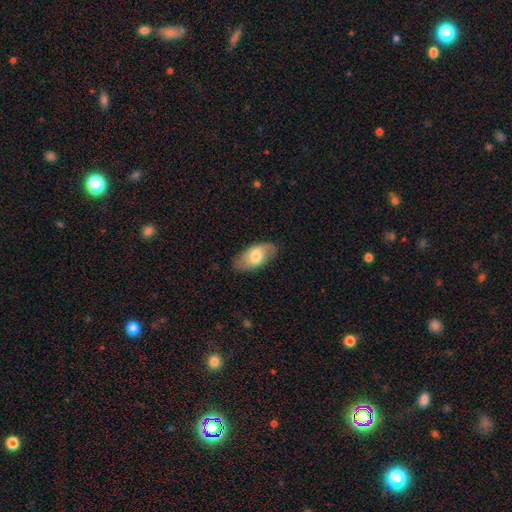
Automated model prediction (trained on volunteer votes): smooth_or_featured: smooth (p=0.62) [alt: featured or disk p=0.32]
how_rounded: in between (p=0.93) [alt: round p=0.04]
merging: none (p=0.77) [alt: minor disturbance p=0.17]